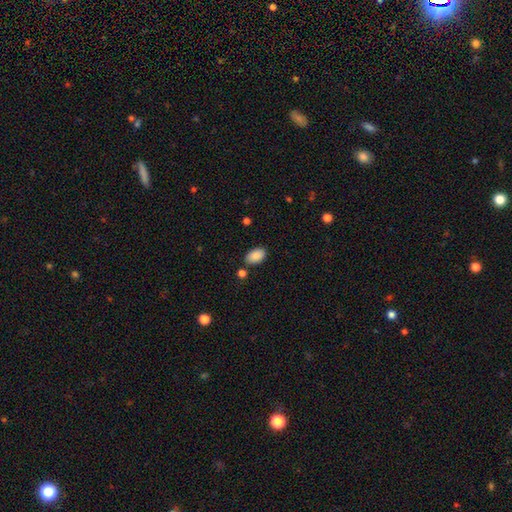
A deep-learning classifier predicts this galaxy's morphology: This appears to be a smooth galaxy with no disk features (88%) that is in between round and cigar-shaped (93%). Merging: none (82%).